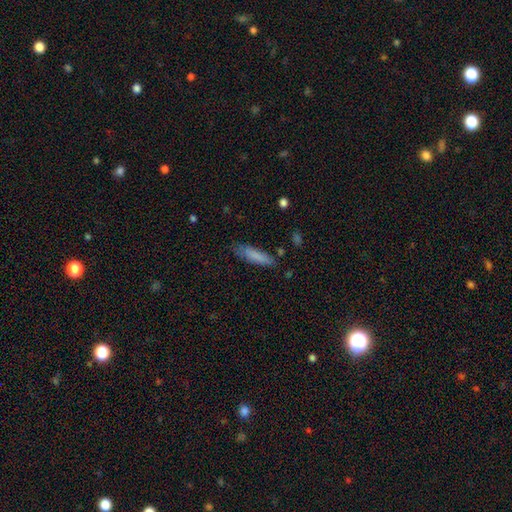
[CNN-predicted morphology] A smooth galaxy with no disk features (82%) that is cigar-shaped (72%). Merging: none (74%).